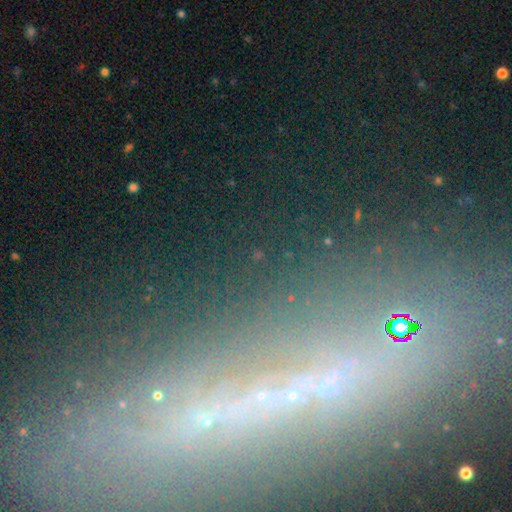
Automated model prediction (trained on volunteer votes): Overall: star or artifact (54%; featured or disk 26%).